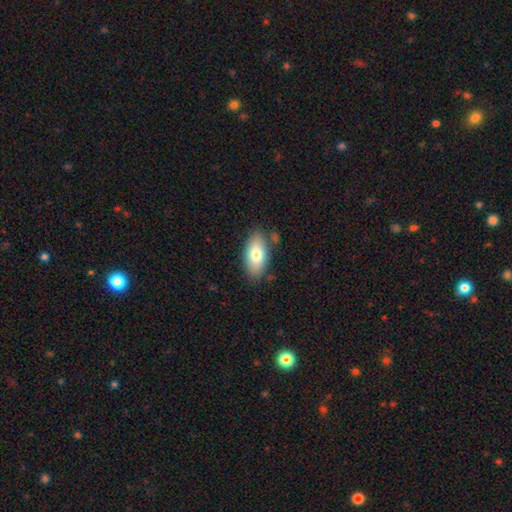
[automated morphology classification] Overall: smooth (75%). How rounded: in between (89%). Merging: none (81%).